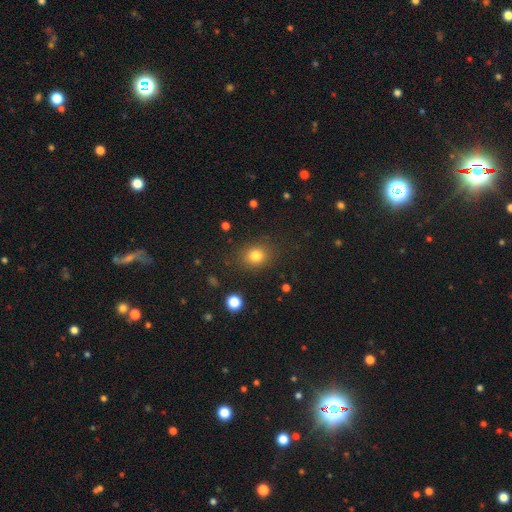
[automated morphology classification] Smooth or featured? Predicted: smooth (p=0.81). How rounded? Predicted: round (p=0.69). Merging? Predicted: none (p=0.85).